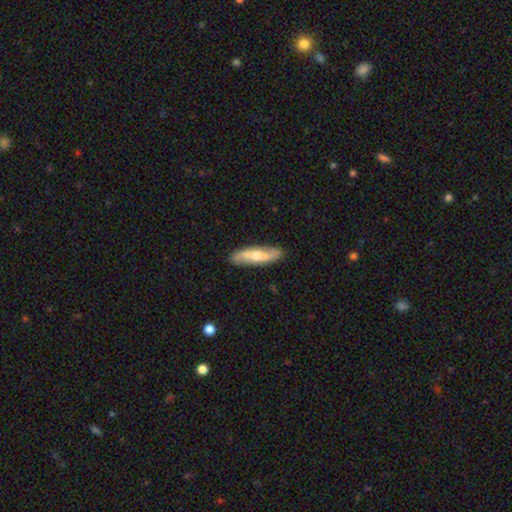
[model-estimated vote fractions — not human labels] A featured or disk galaxy (61%).

Vote fractions:
- Smooth or featured? featured or disk: 61% / smooth: 34% / star or artifact: 5%
- Edge-on disk? no: 67% / yes: 33%
- Merging? none: 86% / minor disturbance: 11% / major disturbance: 2% / merger: 1%